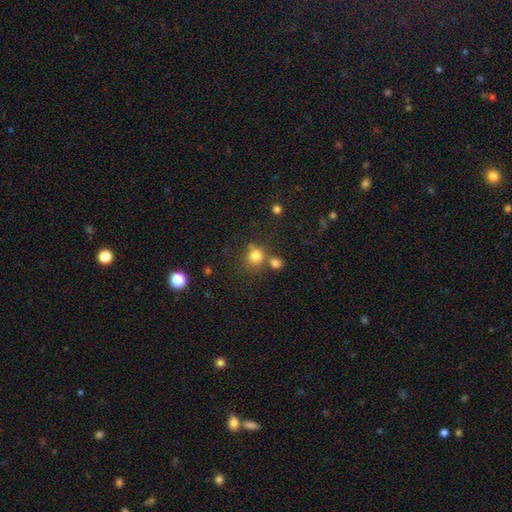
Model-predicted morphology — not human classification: Smooth or featured? Predicted: smooth (p=0.79). How rounded? Predicted: round (p=0.84). Merging? Predicted: none (p=0.58).